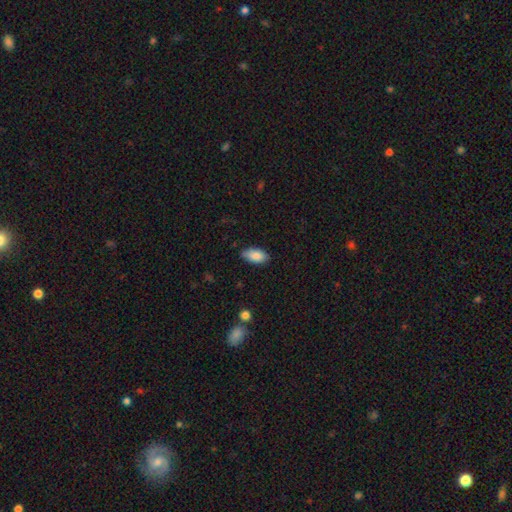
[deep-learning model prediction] A smooth galaxy with no disk features (87%) that is in between round and cigar-shaped (94%).

Vote fractions:
- Smooth or featured? smooth: 87% / star or artifact: 7% / featured or disk: 7%
- How rounded? in between: 94% / cigar-shaped: 4% / round: 3%
- Merging? none: 80% / minor disturbance: 16% / major disturbance: 3% / merger: 1%